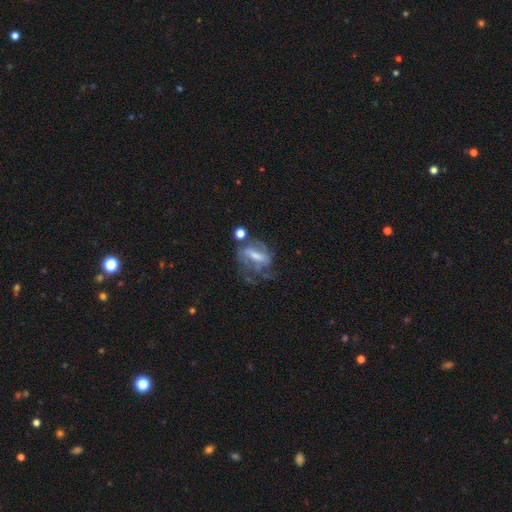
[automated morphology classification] smooth_or_featured: featured or disk (p=0.62) [alt: smooth p=0.28]
disk_edge_on: no (p=0.91) [alt: yes p=0.09]
bar: strong (p=0.42) [alt: weak p=0.36]
has_spiral_arms: yes (p=0.58) [alt: no p=0.42]
bulge_size: moderate (p=0.39) [alt: small p=0.32]
merging: none (p=0.33) [tied with: major disturbance p=0.33]